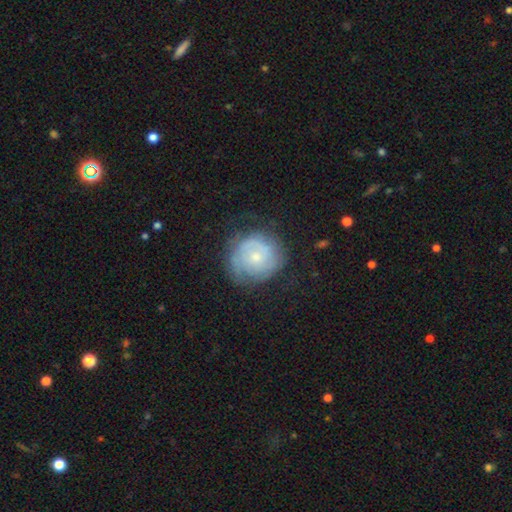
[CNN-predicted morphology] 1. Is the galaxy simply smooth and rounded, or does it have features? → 57% featured or disk, 36% smooth, 7% star or artifact.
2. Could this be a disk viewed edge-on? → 98% no, 2% yes.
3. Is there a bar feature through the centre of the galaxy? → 81% no, 16% weak, 3% strong.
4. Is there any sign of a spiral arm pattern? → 71% yes, 29% no.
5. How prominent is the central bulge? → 57% small, 37% moderate, 3% large, 2% none, 1% dominant.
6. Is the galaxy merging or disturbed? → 65% none, 23% minor disturbance, 11% major disturbance, 2% merger.